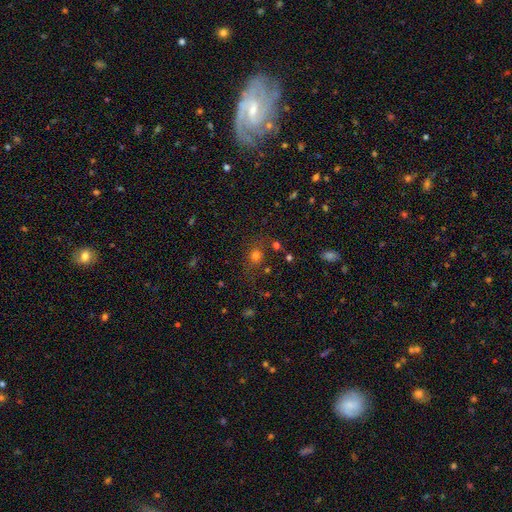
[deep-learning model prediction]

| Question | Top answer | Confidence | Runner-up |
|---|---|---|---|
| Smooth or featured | smooth | 71% | star or artifact (21%) |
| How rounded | round | 73% | in between (25%) |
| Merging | none | 71% | minor disturbance (14%) |